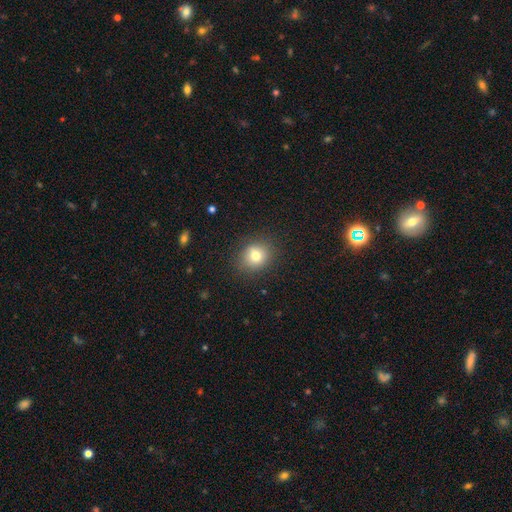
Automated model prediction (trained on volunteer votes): This appears to be a smooth galaxy with no disk features (77%) that is round (72%). Merging: none (84%).